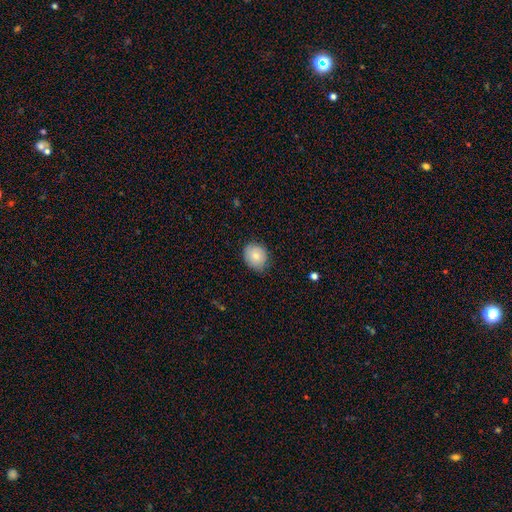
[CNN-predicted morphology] smooth-or-featured: smooth: 80% | featured or disk: 12% | star or artifact: 8%
  how-rounded: round: 65% | in between: 35% | cigar-shaped: 1%
  merging: none: 74% | minor disturbance: 22% | major disturbance: 3% | merger: 1%